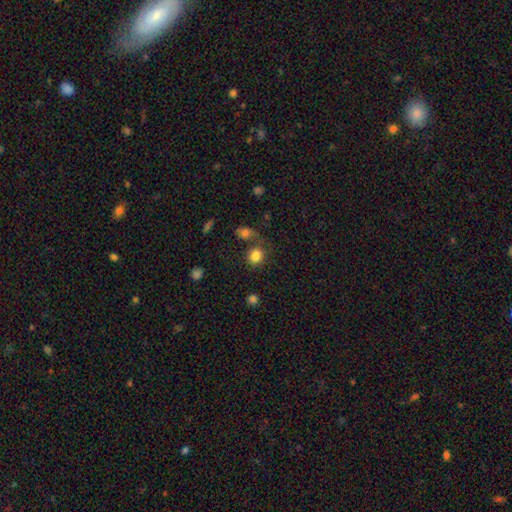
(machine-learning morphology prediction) type=smooth (83%); roundness=round (75%); merging=none (67%).